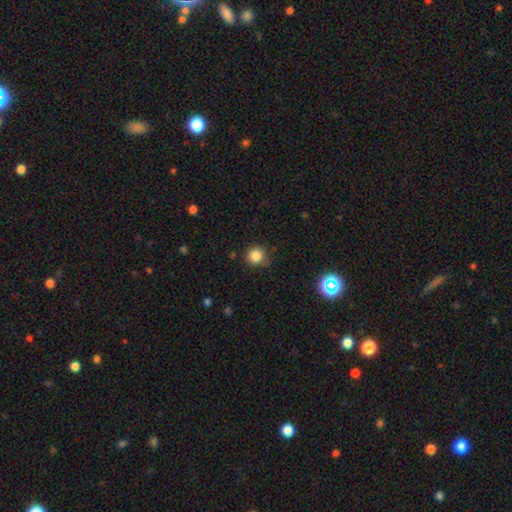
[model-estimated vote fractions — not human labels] This is clearly a smooth galaxy (83%). How rounded: clearly round (92%). Merging: clearly none (81%).